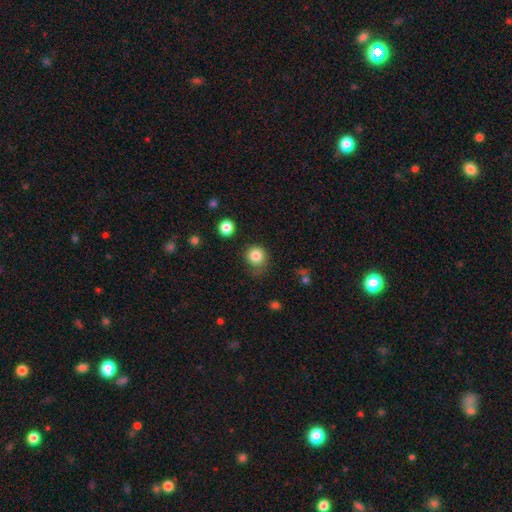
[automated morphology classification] smooth-or-featured: smooth: 83% | star or artifact: 11% | featured or disk: 6%
  how-rounded: round: 88% | in between: 11% | cigar-shaped: 1%
  merging: none: 70% | minor disturbance: 21% | major disturbance: 7% | merger: 2%